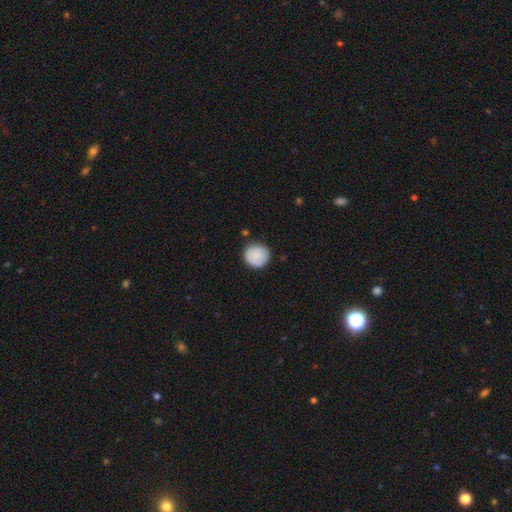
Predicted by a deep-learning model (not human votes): Smooth or featured: smooth — 87% (star or artifact — 6%)
How rounded: round — 94% (in between — 6%)
Merging: none — 86% (minor disturbance — 10%)